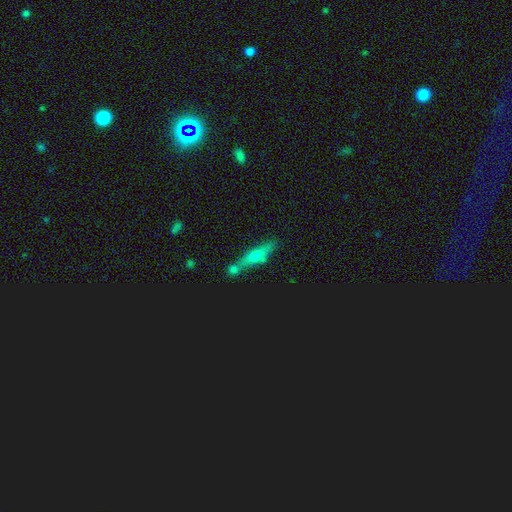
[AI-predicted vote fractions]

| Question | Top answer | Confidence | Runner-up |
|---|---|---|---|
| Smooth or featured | featured or disk | 45% | smooth (37%) |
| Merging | none | 63% | merger (20%) |